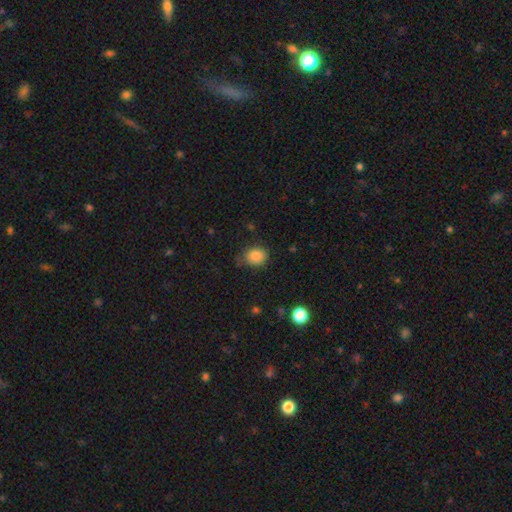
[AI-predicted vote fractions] A smooth galaxy with no disk features (85%) that is round (55%). Merging: none (69%).